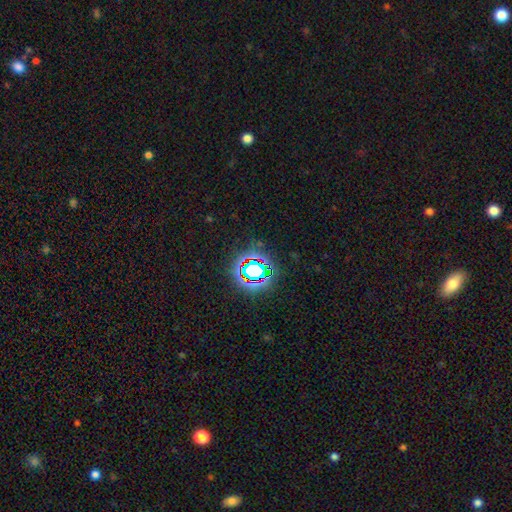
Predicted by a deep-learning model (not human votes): smooth_or_featured: star or artifact (p=0.79) [alt: smooth p=0.14]